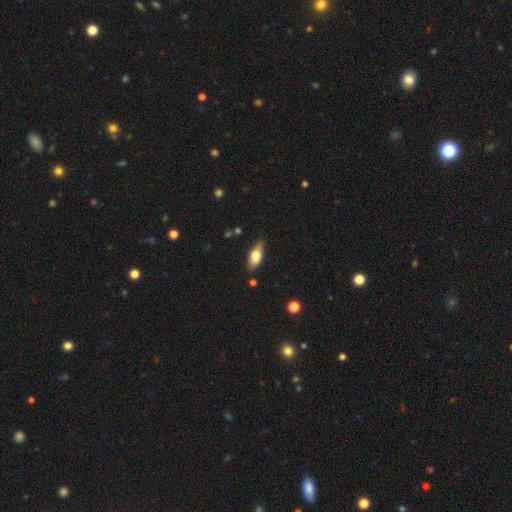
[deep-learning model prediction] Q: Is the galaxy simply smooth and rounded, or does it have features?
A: smooth — 66%.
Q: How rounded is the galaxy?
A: in between — 79%.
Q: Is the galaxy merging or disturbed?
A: none — 79%.